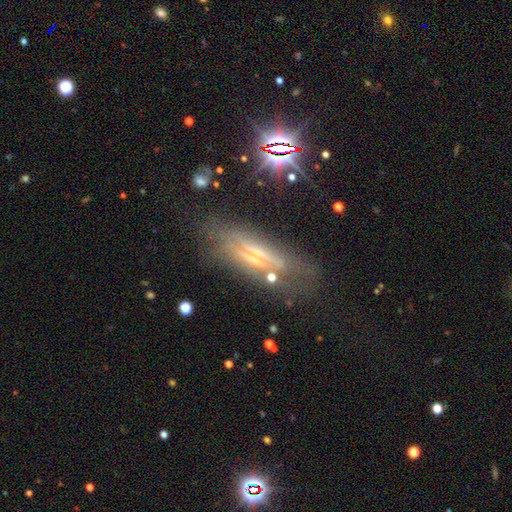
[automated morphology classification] Smooth or featured?
  - featured or disk: 59% *
  - smooth: 24%
  - star or artifact: 17%
Edge-on disk?
  - yes: 71% *
  - no: 29%
Merging?
  - none: 62% *
  - minor disturbance: 21%
  - major disturbance: 13%
  - merger: 4%